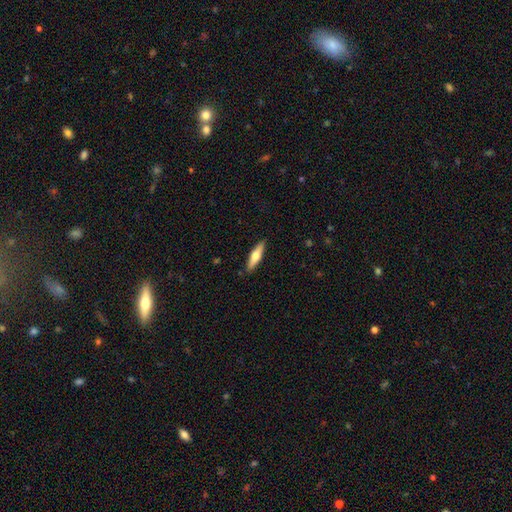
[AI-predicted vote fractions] The model was most divided on "smooth or featured": featured or disk: 50%, smooth: 45%, star or artifact: 5%. More confident: merging — none (89%).